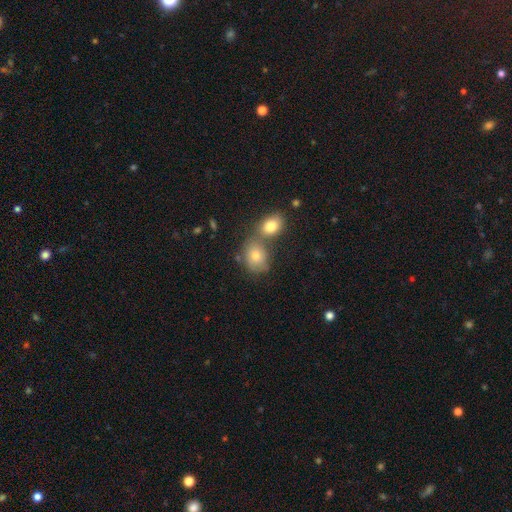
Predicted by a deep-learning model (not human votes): Smooth or featured: smooth — 72% (featured or disk — 18%)
How rounded: in between — 53% (round — 46%)
Merging: merger — 43% (none — 39%)